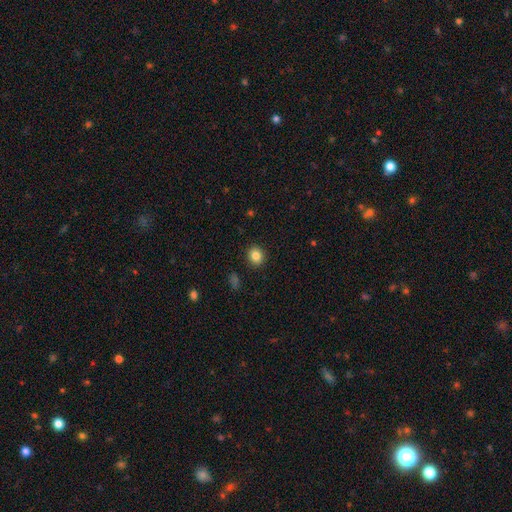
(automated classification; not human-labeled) Smooth or featured? Predicted: smooth (p=0.84). How rounded? Predicted: round (p=0.79). Merging? Predicted: none (p=0.91).